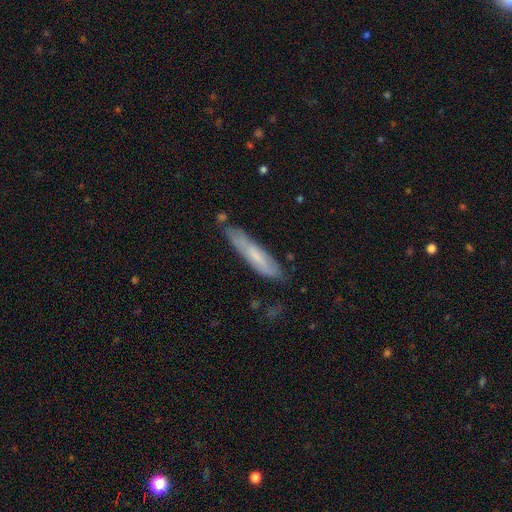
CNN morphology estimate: Overall: smooth (57%; featured or disk 36%). How rounded: cigar-shaped (83%). Merging: none (66%).